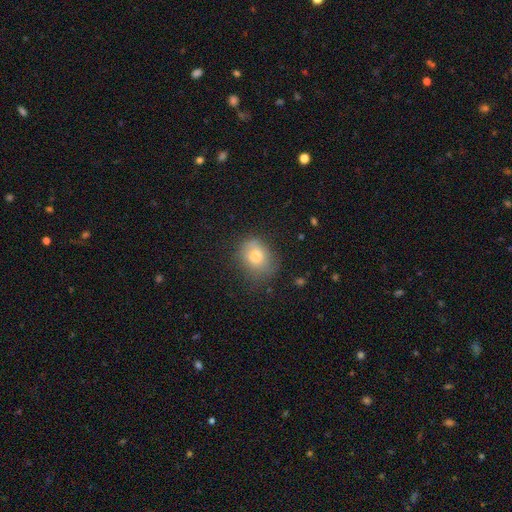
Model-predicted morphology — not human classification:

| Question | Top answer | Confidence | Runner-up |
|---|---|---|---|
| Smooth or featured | smooth | 75% | featured or disk (15%) |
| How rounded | round | 52% | in between (47%) |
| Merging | none | 63% | minor disturbance (27%) |